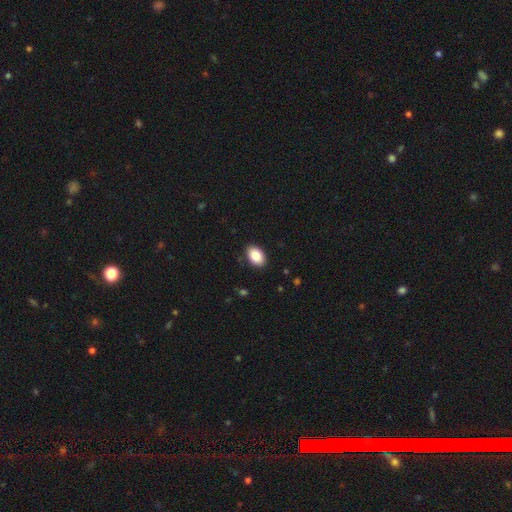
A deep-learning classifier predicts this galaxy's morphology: Q: Smooth or featured?
A: smooth (87%); runner-up: star or artifact (7%)
Q: How rounded?
A: in between (89%); runner-up: round (10%)
Q: Merging?
A: none (89%); runner-up: minor disturbance (9%)